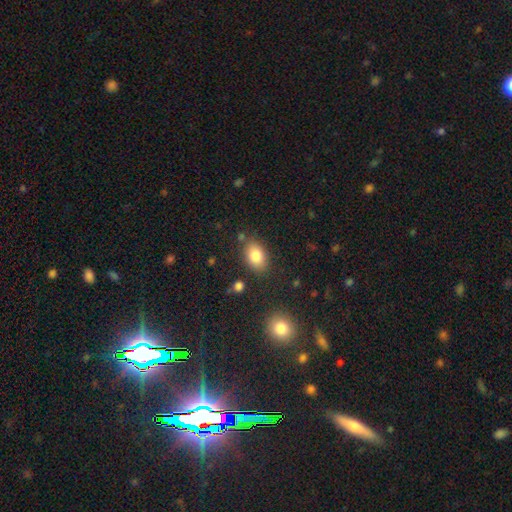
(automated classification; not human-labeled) Smooth or featured? smooth (83%)
How rounded? in between (83%)
Merging? none (80%)